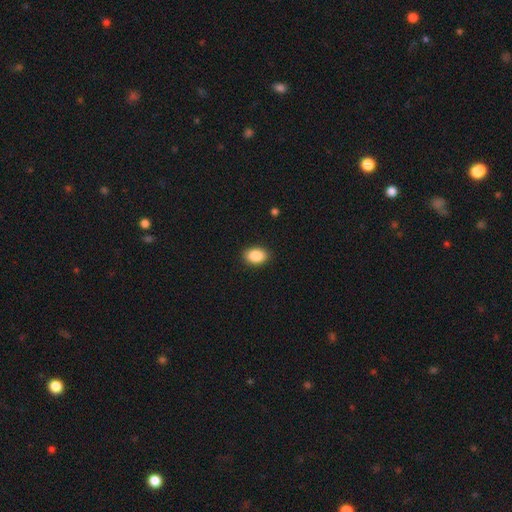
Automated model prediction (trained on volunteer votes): Morphology: type=smooth (89%); roundness=in between (82%); merging=none (89%).